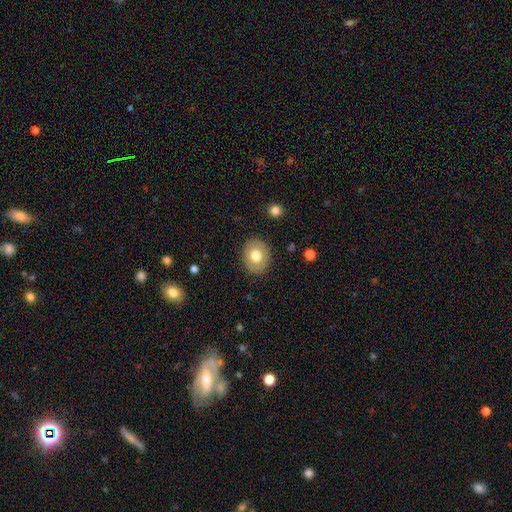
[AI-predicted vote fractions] This is likely a smooth galaxy (72%). How rounded: likely round (61%). Merging: clearly none (87%).